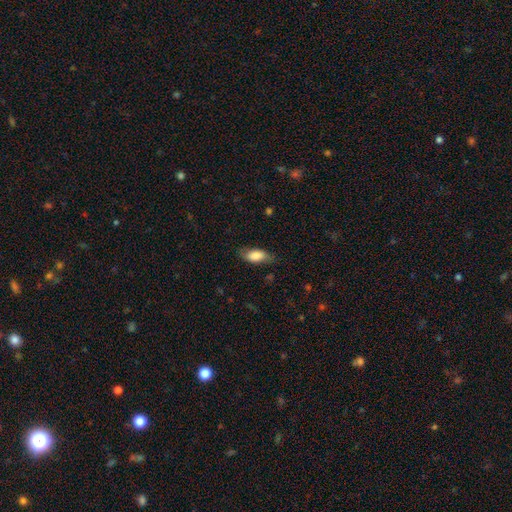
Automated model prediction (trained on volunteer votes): smooth-or-featured: smooth: 81% | featured or disk: 13% | star or artifact: 7%
  how-rounded: in between: 85% | cigar-shaped: 12% | round: 3%
  merging: none: 73% | minor disturbance: 20% | major disturbance: 6% | merger: 1%